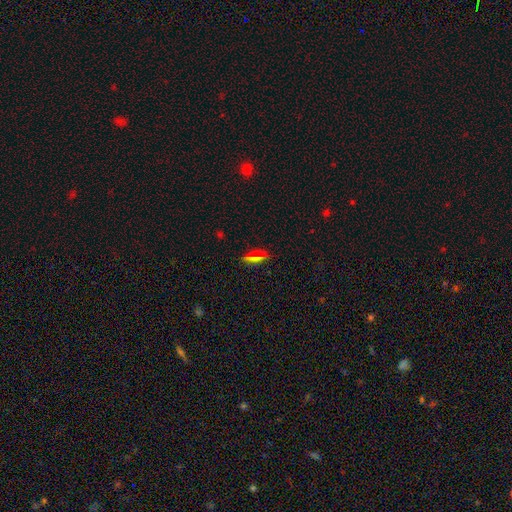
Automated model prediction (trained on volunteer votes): This is possibly a smooth galaxy (57%). How rounded: likely in between (65%). Merging: clearly none (85%).